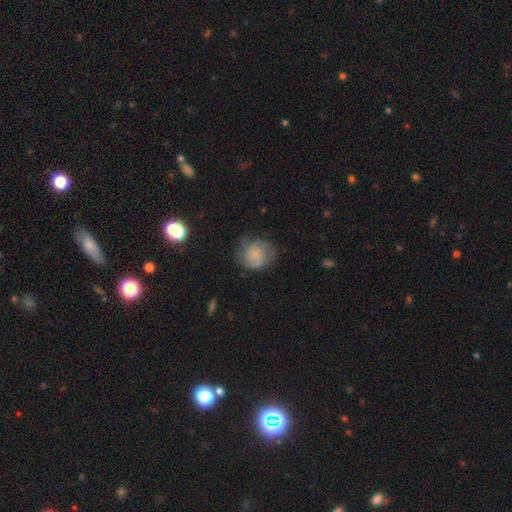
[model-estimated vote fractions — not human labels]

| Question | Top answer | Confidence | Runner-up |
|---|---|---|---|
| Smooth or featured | smooth | 52% | featured or disk (39%) |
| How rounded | round | 78% | in between (21%) |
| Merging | none | 57% | minor disturbance (27%) |